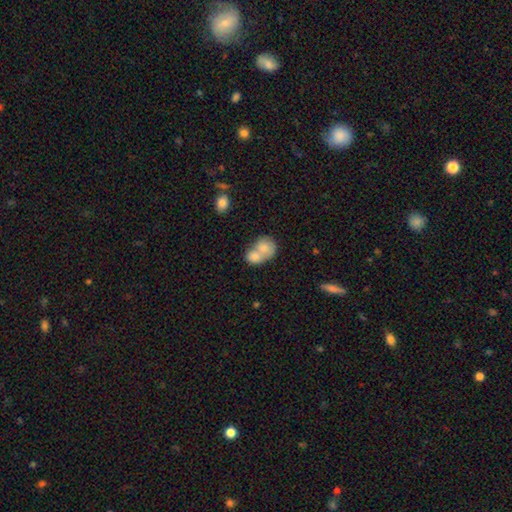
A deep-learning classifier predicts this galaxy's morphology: The model was most divided on "how rounded": round: 51%, in between: 47%, cigar-shaped: 1%. More confident: smooth or featured — smooth (72%); merging — merger (71%).